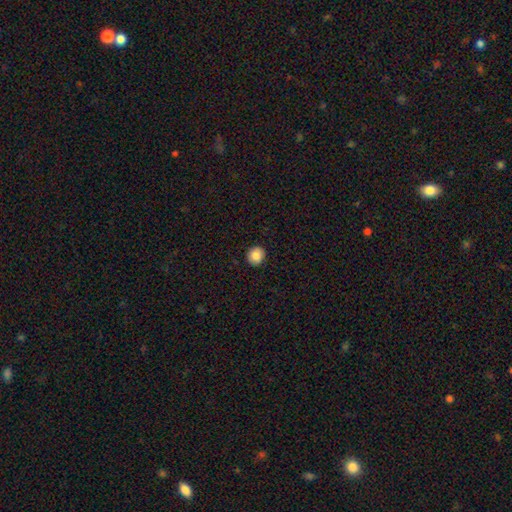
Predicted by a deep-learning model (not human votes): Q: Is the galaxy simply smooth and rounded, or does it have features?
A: smooth — 85%.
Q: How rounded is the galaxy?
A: round — 90%.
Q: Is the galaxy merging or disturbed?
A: none — 92%.